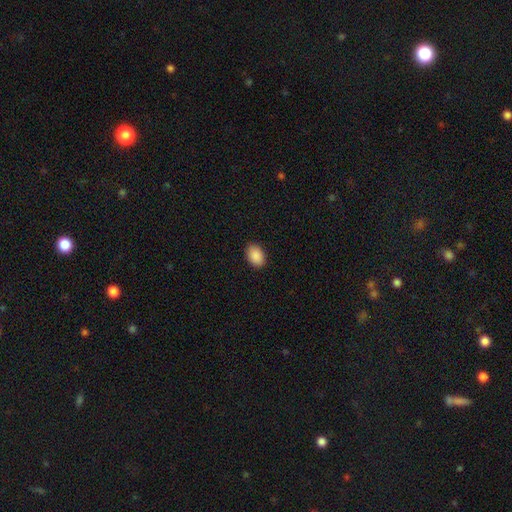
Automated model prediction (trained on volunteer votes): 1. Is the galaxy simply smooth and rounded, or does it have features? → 90% smooth, 7% star or artifact, 3% featured or disk.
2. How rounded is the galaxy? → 84% in between, 15% round, 1% cigar-shaped.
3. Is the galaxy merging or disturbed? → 89% none, 8% minor disturbance, 2% major disturbance, 1% merger.